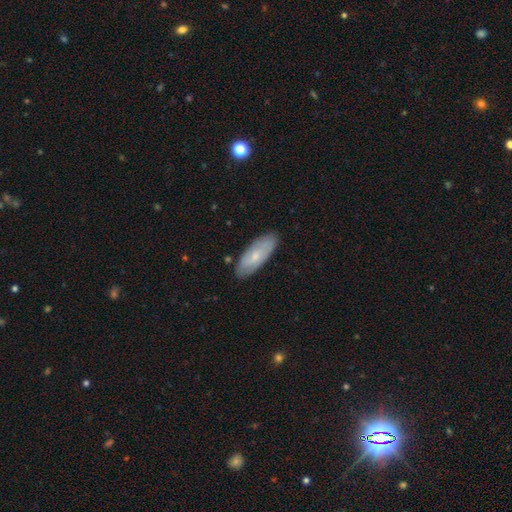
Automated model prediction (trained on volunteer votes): A smooth galaxy with no disk features (52%) that is in between round and cigar-shaped (73%).

Vote fractions:
- Smooth or featured? smooth: 52% / featured or disk: 42% / star or artifact: 6%
- How rounded? in between: 73% / cigar-shaped: 25% / round: 2%
- Merging? none: 82% / minor disturbance: 14% / major disturbance: 2% / merger: 2%